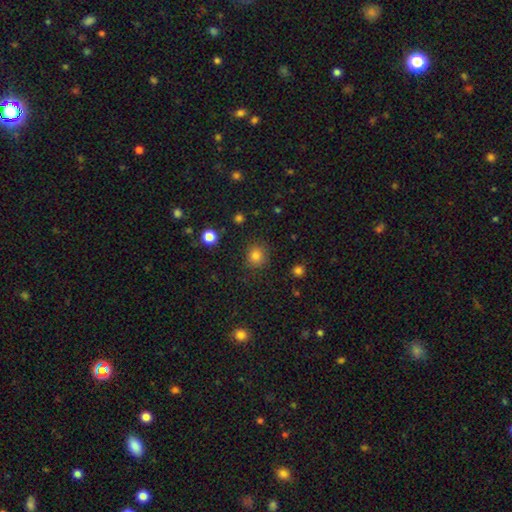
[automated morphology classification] smooth 81%, star or artifact 14%, featured or disk 5%. Down the decision tree: how rounded — round (89%); merging — none (87%).